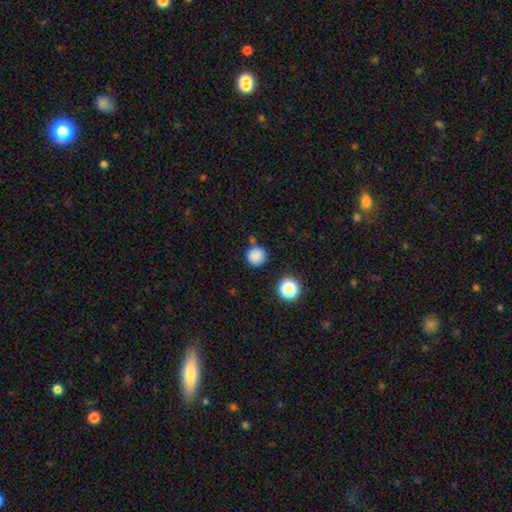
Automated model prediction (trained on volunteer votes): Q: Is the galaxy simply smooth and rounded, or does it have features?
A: smooth — 84%.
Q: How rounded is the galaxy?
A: round — 94%.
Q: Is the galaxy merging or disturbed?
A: none — 80%.